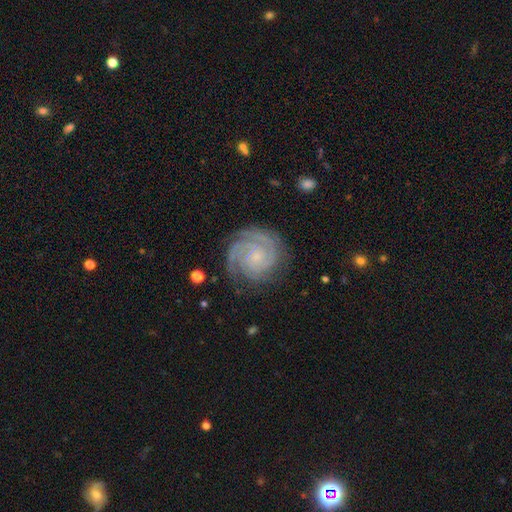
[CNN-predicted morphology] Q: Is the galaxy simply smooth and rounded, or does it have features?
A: featured or disk — 90%.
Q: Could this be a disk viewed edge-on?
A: no — 98%.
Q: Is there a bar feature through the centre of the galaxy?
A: no — 74%.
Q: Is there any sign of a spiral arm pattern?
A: yes — 99%.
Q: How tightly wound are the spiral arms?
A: tight — 81%.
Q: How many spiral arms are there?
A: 3 — 36%.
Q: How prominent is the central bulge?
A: small — 77%.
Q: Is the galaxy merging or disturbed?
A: none — 80%.